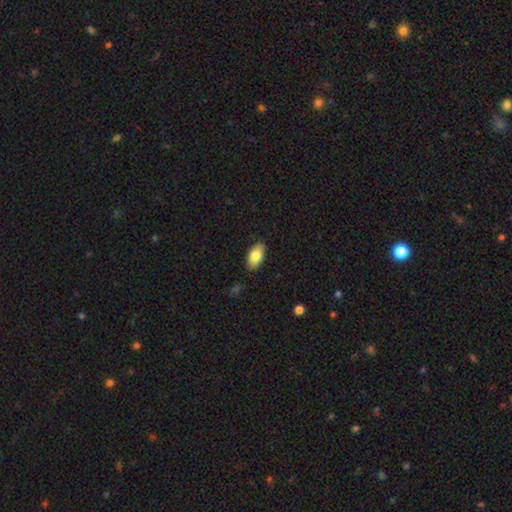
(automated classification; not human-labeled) Smooth or featured? smooth (81%)
How rounded? in between (93%)
Merging? none (87%)